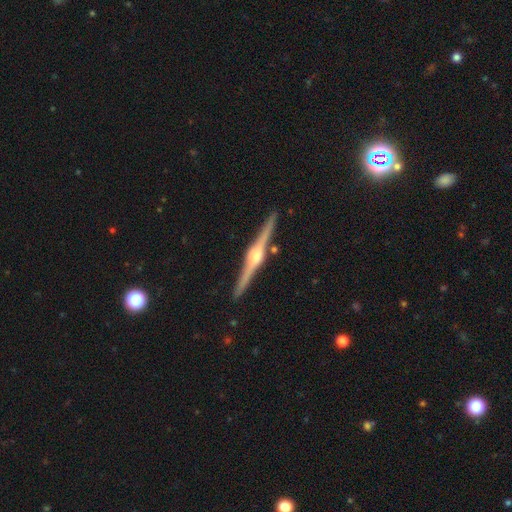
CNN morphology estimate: The model was most divided on "edge-on bulge": rounded: 86%, boxy: 10%, none: 4%. More confident: edge-on disk — yes (99%); merging — none (92%); smooth or featured — featured or disk (89%).